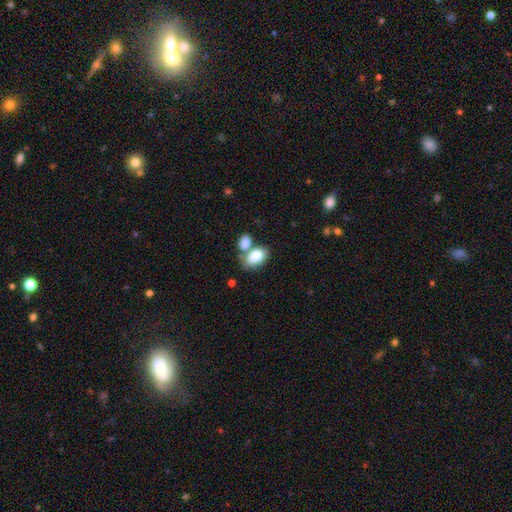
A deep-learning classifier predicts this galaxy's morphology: The model was most divided on "merging": merger: 46%, none: 39%, minor disturbance: 11%, major disturbance: 5%. More confident: how rounded — in between (90%); smooth or featured — smooth (82%).